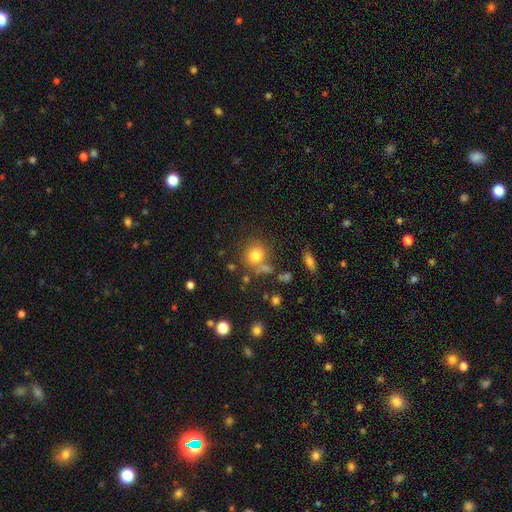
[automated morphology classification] This appears to be a smooth galaxy with no disk features (78%) that is round (76%). Merging: none (66%).